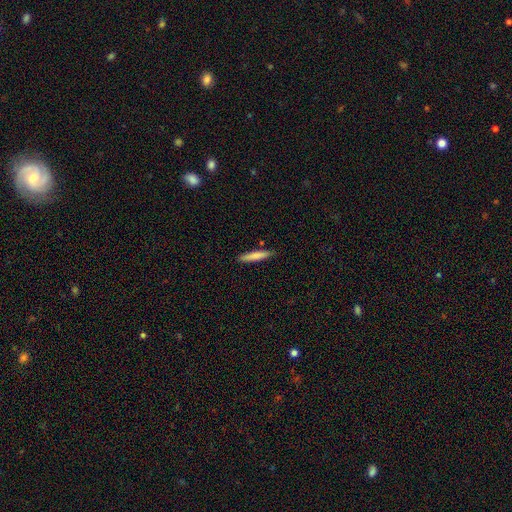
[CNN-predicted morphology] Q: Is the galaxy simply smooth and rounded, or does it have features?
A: smooth — 79%.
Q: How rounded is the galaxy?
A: cigar-shaped — 91%.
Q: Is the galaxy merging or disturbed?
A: none — 87%.